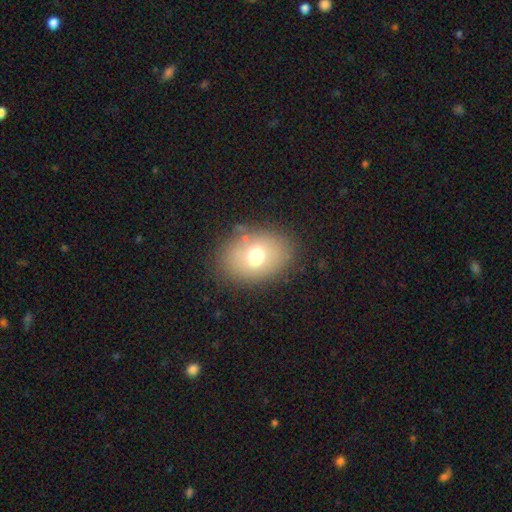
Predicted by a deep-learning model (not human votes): smooth-or-featured: smooth: 69% | featured or disk: 19% | star or artifact: 11%
  how-rounded: in between: 71% | round: 28% | cigar-shaped: 1%
  merging: none: 84% | minor disturbance: 11% | major disturbance: 3% | merger: 2%